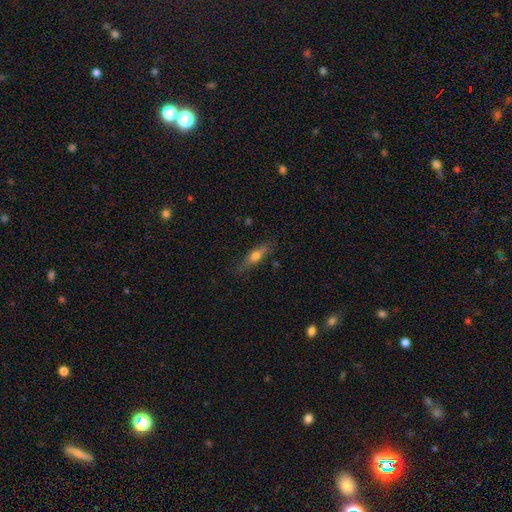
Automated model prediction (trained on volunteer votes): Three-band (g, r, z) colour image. It shows a smooth galaxy with no disk features (57%) that is cigar-shaped (58%). Merging: none (77%).